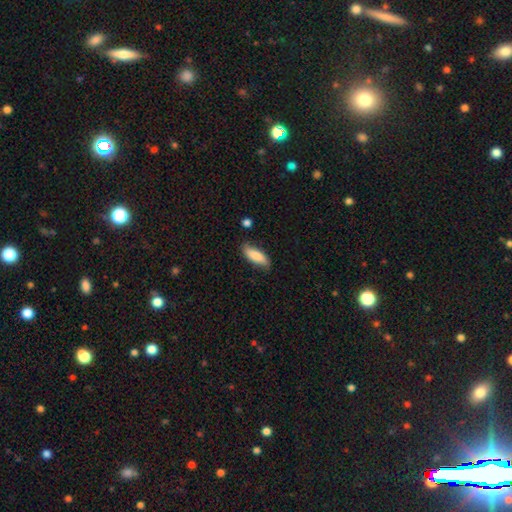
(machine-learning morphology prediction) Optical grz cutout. It shows a smooth galaxy with no disk features (81%) that is in between round and cigar-shaped (64%). Merging: none (76%).